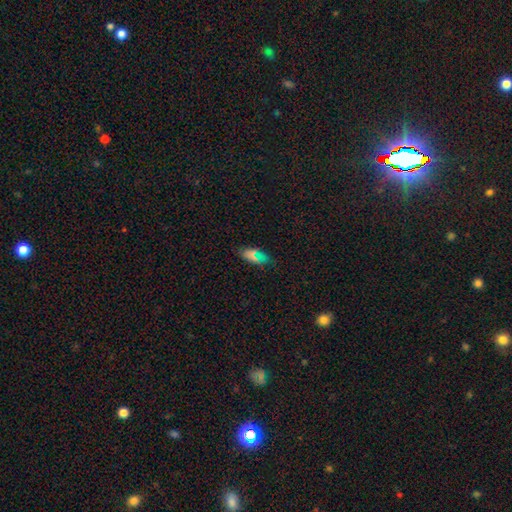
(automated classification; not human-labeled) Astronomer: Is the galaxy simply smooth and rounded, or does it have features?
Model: smooth — 65%.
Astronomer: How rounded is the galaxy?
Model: in between — 85%.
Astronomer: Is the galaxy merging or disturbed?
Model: none — 78%.